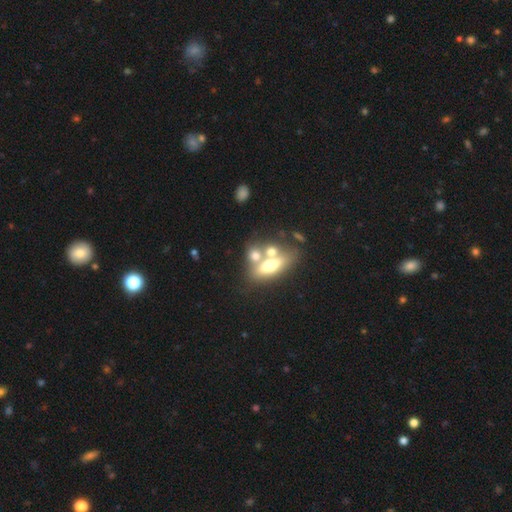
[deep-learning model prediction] Smooth or featured?
  - smooth: 55% *
  - featured or disk: 34%
  - star or artifact: 10%
How rounded?
  - in between: 64% *
  - round: 19%
  - cigar-shaped: 17%
Merging?
  - merger: 51% *
  - none: 33%
  - minor disturbance: 10%
  - major disturbance: 7%